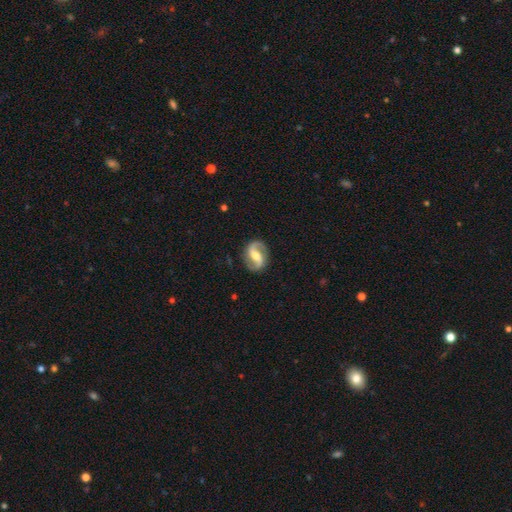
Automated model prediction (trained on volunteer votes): Morphology: type=featured or disk (89%); edge-on=no (98%); bar=weak (39%); spiral arms=yes (96%); winding=medium (46%); arm count=2 (94%); bulge=moderate (65%); merging=none (87%).